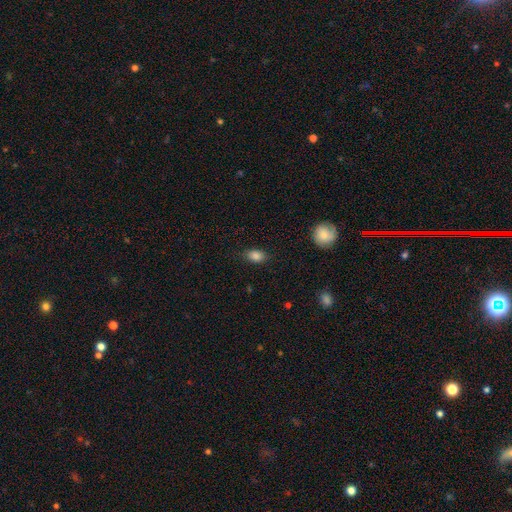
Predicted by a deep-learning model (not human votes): Morphology: type=smooth (85%); roundness=in between (84%); merging=none (83%).